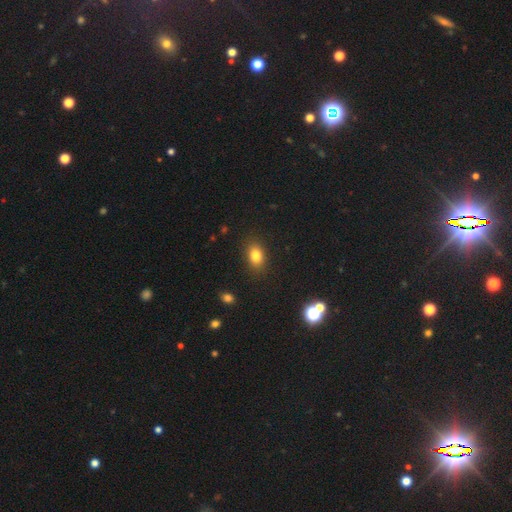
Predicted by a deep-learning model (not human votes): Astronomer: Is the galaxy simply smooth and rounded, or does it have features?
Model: smooth — 81%.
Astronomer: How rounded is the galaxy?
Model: in between — 78%.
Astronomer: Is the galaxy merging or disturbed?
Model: none — 87%.